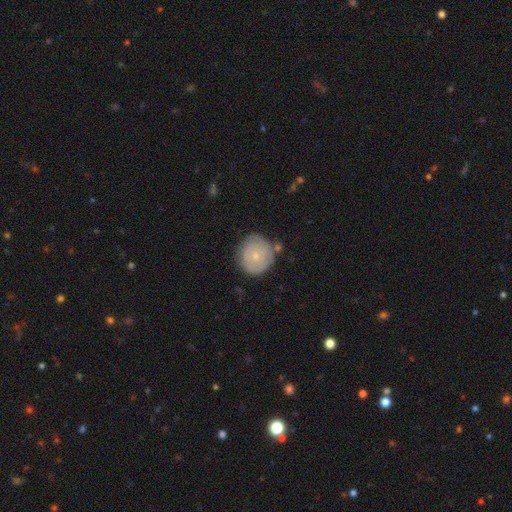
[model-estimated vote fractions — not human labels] This is possibly a smooth galaxy (56%). How rounded: clearly round (90%). Merging: likely none (72%).